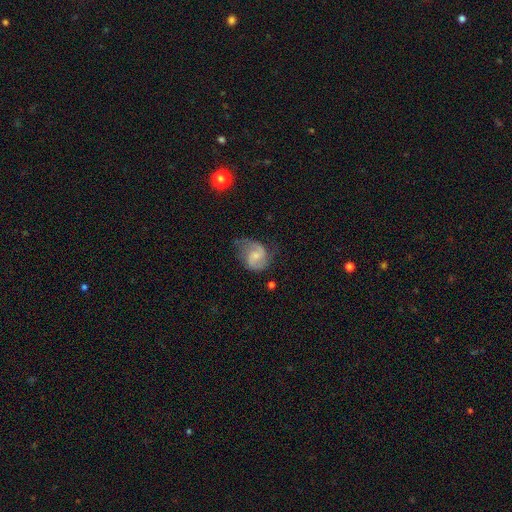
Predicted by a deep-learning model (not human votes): smooth_or_featured: featured or disk (p=0.74) [alt: smooth p=0.19]
disk_edge_on: no (p=0.98) [alt: yes p=0.02]
bar: no (p=0.49) [alt: weak p=0.43]
has_spiral_arms: yes (p=0.94) [alt: no p=0.06]
spiral_winding: medium (p=0.49) [alt: loose p=0.32]
spiral_arm_count: 2 (p=0.86) [alt: can't tell p=0.06]
bulge_size: small (p=0.52) [alt: moderate p=0.33]
merging: none (p=0.58) [alt: minor disturbance p=0.27]